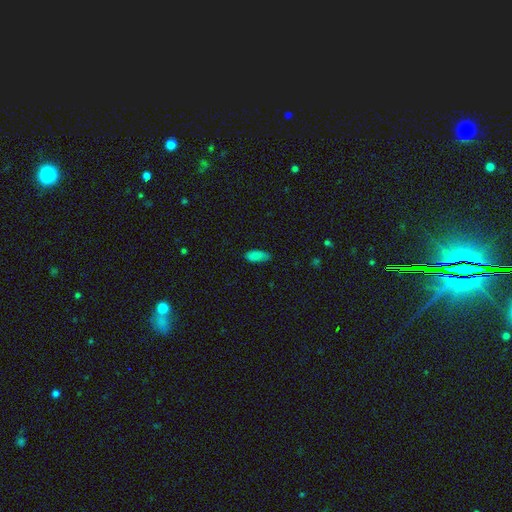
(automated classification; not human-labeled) This is clearly a smooth galaxy (85%). How rounded: clearly in between (80%). Merging: likely none (77%).